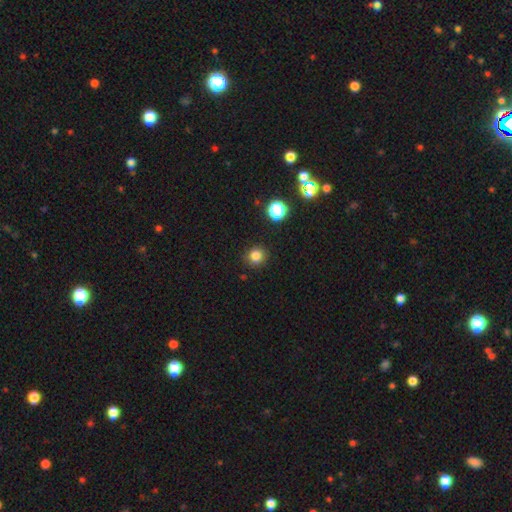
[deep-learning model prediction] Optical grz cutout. It shows a smooth galaxy with no disk features (81%) that is round (90%). Merging: none (90%).